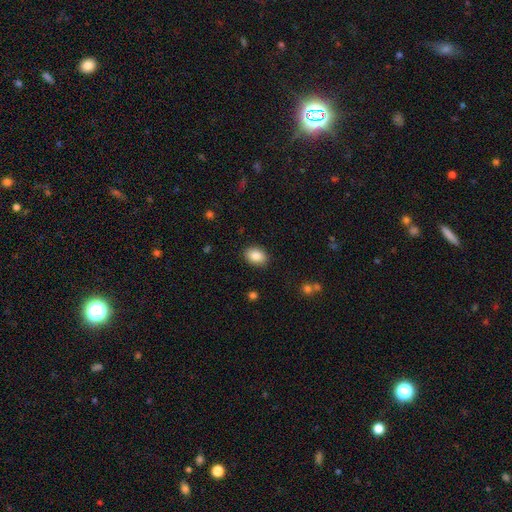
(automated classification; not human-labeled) Smooth or featured: smooth — 87% (star or artifact — 8%)
How rounded: in between — 77% (round — 22%)
Merging: none — 88% (minor disturbance — 8%)